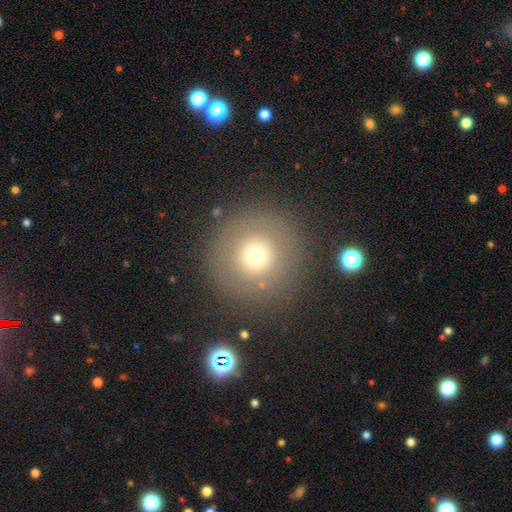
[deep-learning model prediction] smooth_or_featured: smooth (p=0.64) [alt: featured or disk p=0.21]
how_rounded: round (p=0.96) [alt: in between p=0.03]
merging: none (p=0.84) [alt: minor disturbance p=0.08]